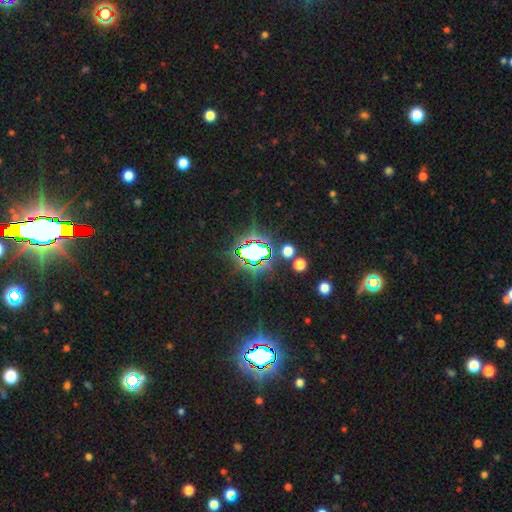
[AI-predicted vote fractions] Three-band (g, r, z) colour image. It shows a star or artifact, not a galaxy (77%).